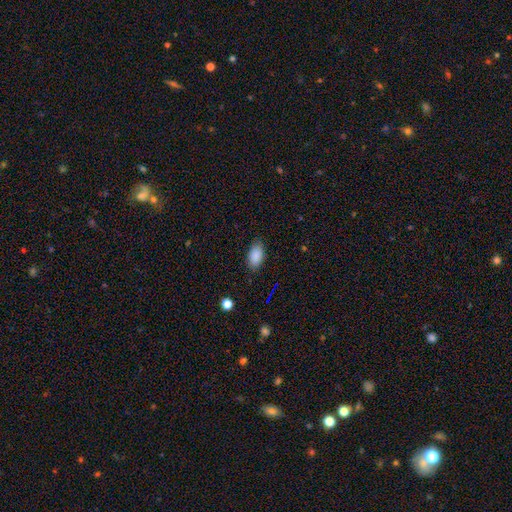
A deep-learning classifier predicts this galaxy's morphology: smooth_or_featured: smooth (p=0.88) [alt: star or artifact p=0.08]
how_rounded: in between (p=0.93) [alt: round p=0.04]
merging: none (p=0.84) [alt: minor disturbance p=0.12]